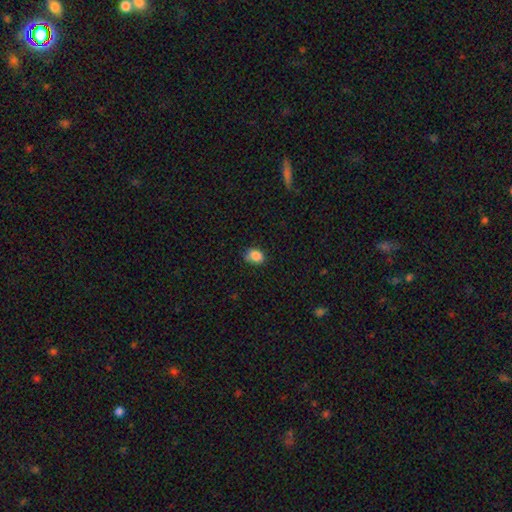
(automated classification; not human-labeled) Overall: smooth (85%). How rounded: in between (56%; round 43%). Merging: none (68%).